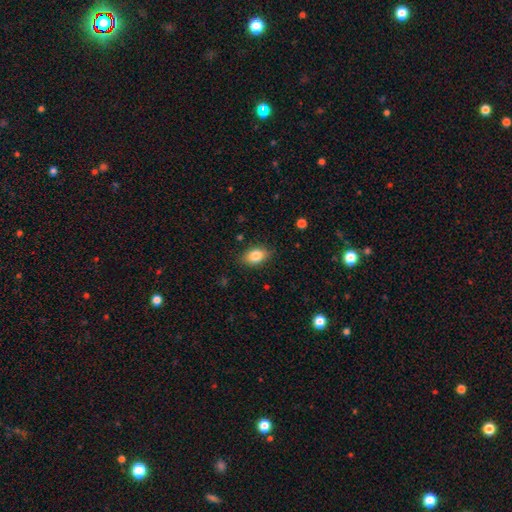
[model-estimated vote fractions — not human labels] smooth-or-featured: smooth: 84% | star or artifact: 8% | featured or disk: 8%
  how-rounded: in between: 87% | round: 12% | cigar-shaped: 2%
  merging: none: 85% | minor disturbance: 11% | major disturbance: 3% | merger: 1%